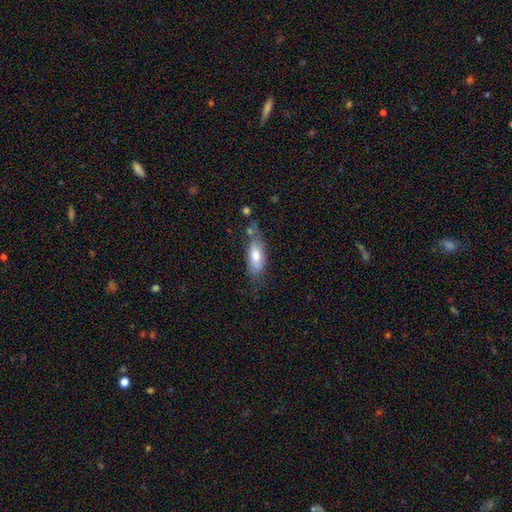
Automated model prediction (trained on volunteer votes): smooth_or_featured: smooth (p=0.69) [alt: featured or disk p=0.24]
how_rounded: in between (p=0.72) [alt: cigar-shaped p=0.25]
merging: none (p=0.56) [alt: minor disturbance p=0.26]